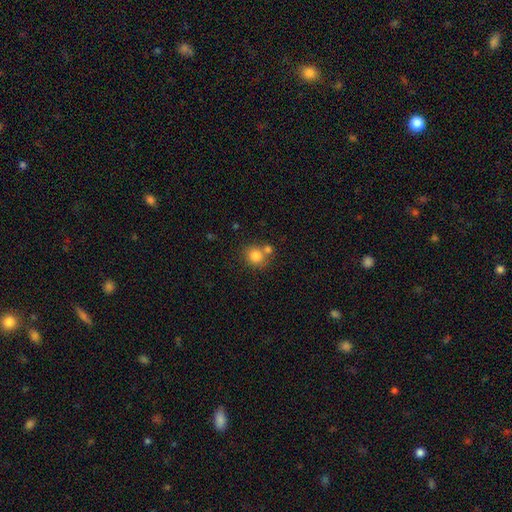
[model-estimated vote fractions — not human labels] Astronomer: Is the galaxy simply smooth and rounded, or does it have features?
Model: smooth — 82%.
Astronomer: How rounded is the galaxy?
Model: round — 84%.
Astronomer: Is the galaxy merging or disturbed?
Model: none — 56%.